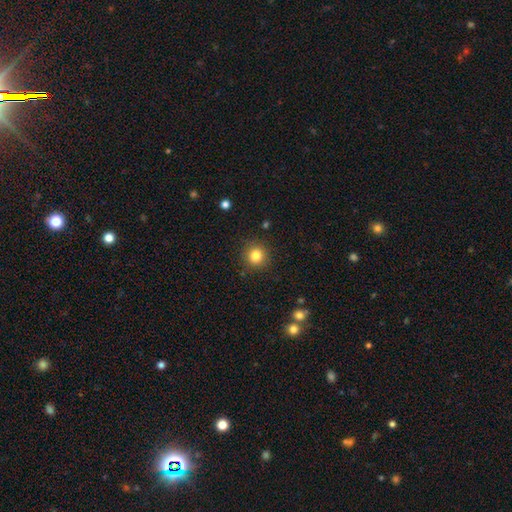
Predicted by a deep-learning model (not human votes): The model was most divided on "smooth or featured": smooth: 82%, star or artifact: 12%, featured or disk: 6%. More confident: how rounded — round (93%); merging — none (89%).